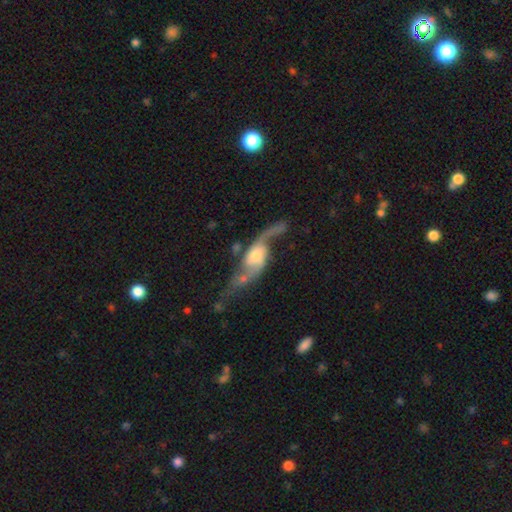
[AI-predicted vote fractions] Smooth or featured?
  - featured or disk: 87% *
  - smooth: 8%
  - star or artifact: 5%
Edge-on disk?
  - no: 92% *
  - yes: 8%
Bar?
  - no: 50% *
  - weak: 37%
  - strong: 13%
Spiral arms?
  - yes: 95% *
  - no: 5%
Spiral winding?
  - loose: 82% *
  - medium: 14%
  - tight: 4%
Spiral arm count?
  - 2: 92% *
  - 1: 3%
  - can't tell: 2%
  - 3: 1%
  - 4: 1%
  - more than 4: 1%
Bulge size?
  - moderate: 47% *
  - small: 33%
  - large: 12%
  - none: 6%
  - dominant: 2%
Merging?
  - none: 49% *
  - major disturbance: 23%
  - minor disturbance: 19%
  - merger: 10%